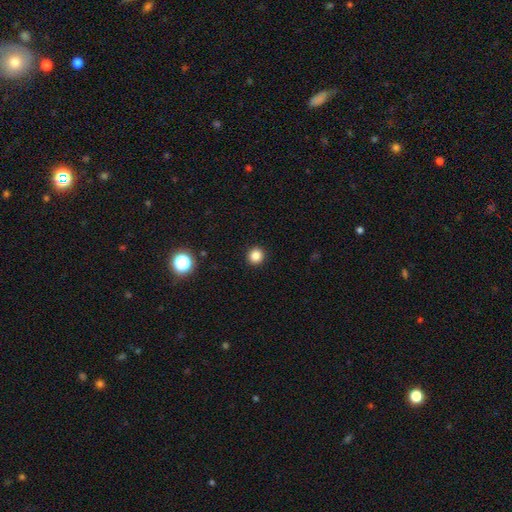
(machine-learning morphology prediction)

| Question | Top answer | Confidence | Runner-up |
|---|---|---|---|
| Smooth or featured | smooth | 84% | star or artifact (13%) |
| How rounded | round | 93% | in between (6%) |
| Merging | none | 93% | minor disturbance (4%) |